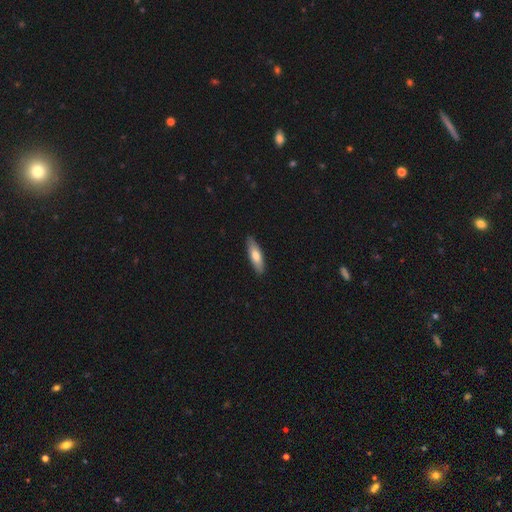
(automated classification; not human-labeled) A smooth galaxy with no disk features (71%) that is cigar-shaped (55%).

Vote fractions:
- Smooth or featured? smooth: 71% / featured or disk: 24% / star or artifact: 5%
- How rounded? cigar-shaped: 55% / in between: 43% / round: 2%
- Merging? none: 89% / minor disturbance: 9% / major disturbance: 2% / merger: 1%